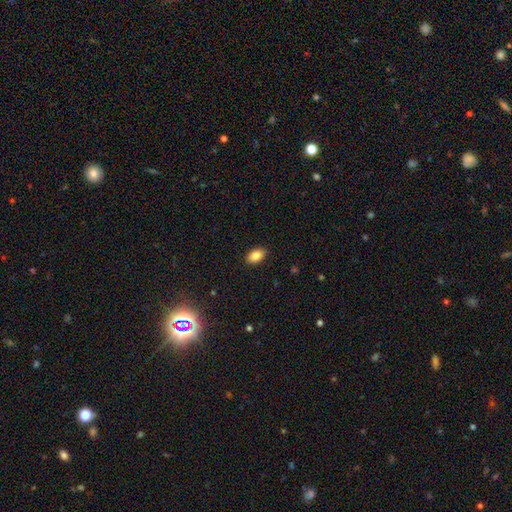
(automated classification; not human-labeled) smooth 87%, star or artifact 8%, featured or disk 5%. Down the decision tree: how rounded — in between (91%); merging — none (88%).